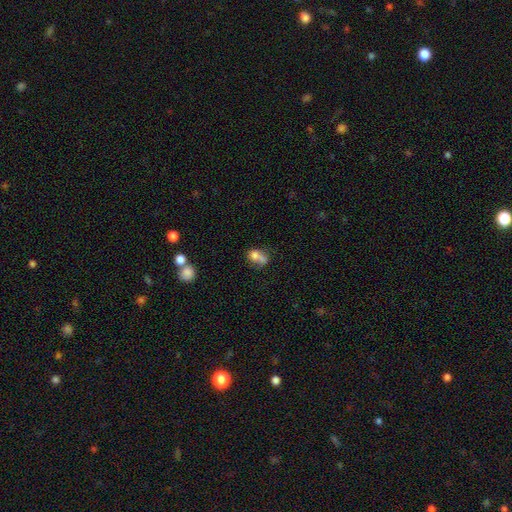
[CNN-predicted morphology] A smooth galaxy with no disk features (68%) that is in between round and cigar-shaped (55%).

Vote fractions:
- Smooth or featured? smooth: 68% / featured or disk: 20% / star or artifact: 12%
- How rounded? in between: 55% / round: 42% / cigar-shaped: 2%
- Merging? merger: 46% / none: 26% / minor disturbance: 15% / major disturbance: 13%